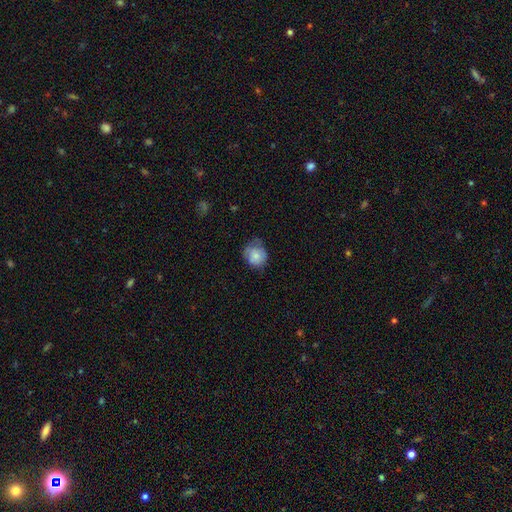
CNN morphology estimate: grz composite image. It shows a smooth galaxy with no disk features (75%) that is round (76%). Merging: none (53%).